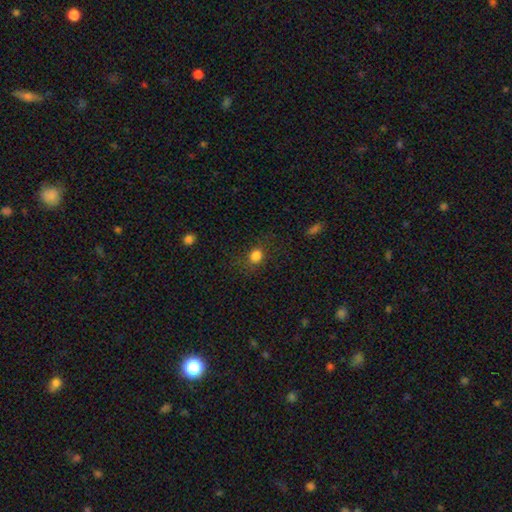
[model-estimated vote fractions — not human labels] Smooth or featured?
  - smooth: 81% *
  - star or artifact: 14%
  - featured or disk: 6%
How rounded?
  - round: 67% *
  - in between: 31%
  - cigar-shaped: 2%
Merging?
  - none: 75% *
  - minor disturbance: 15%
  - major disturbance: 8%
  - merger: 2%